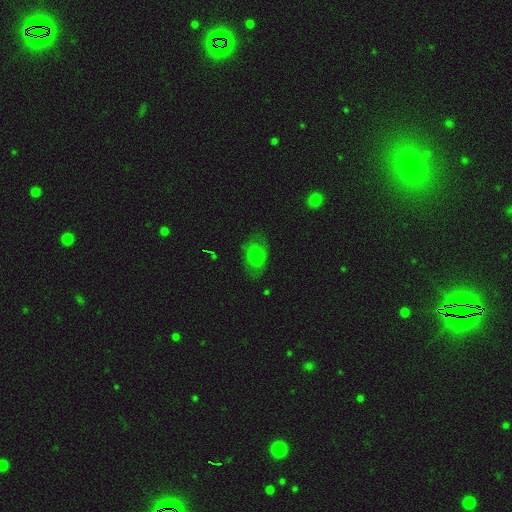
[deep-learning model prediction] Smooth or featured: smooth — 73% (featured or disk — 15%)
How rounded: in between — 80% (round — 18%)
Merging: none — 67% (minor disturbance — 22%)